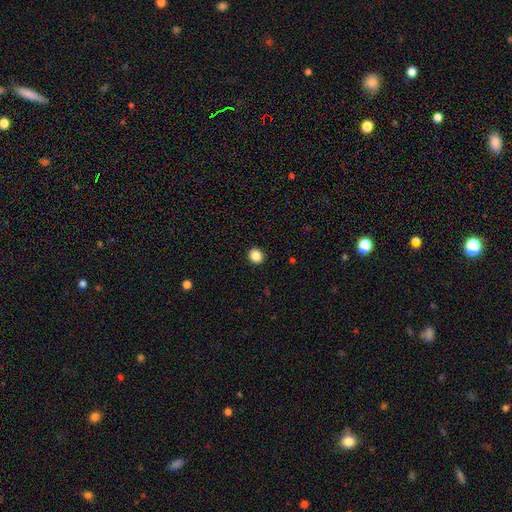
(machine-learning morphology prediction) type=smooth (87%); roundness=round (78%); merging=none (92%).